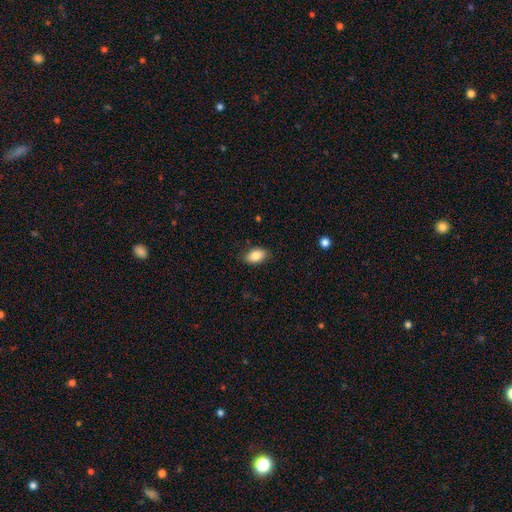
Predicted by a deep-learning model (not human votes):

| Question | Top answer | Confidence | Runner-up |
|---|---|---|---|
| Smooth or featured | smooth | 84% | featured or disk (8%) |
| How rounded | in between | 90% | round (7%) |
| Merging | none | 84% | minor disturbance (12%) |